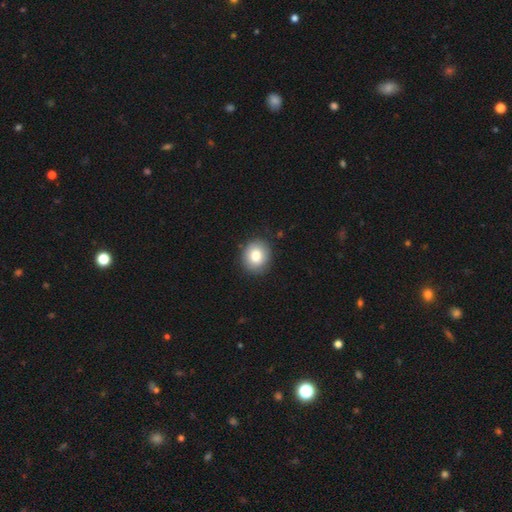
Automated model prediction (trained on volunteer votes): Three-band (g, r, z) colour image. It shows a smooth galaxy with no disk features (81%) that is round (75%). Merging: none (88%).